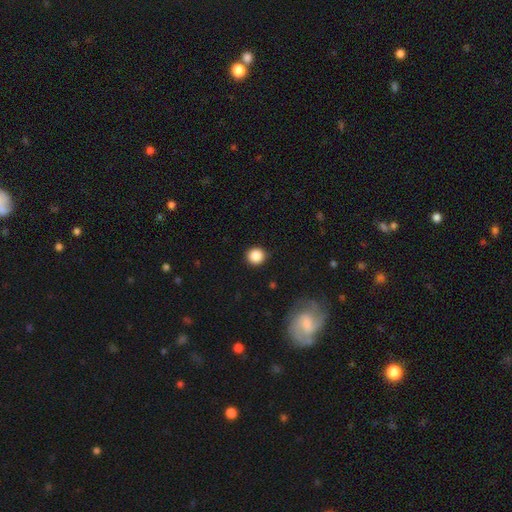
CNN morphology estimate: This appears to be a smooth galaxy with no disk features (86%) that is round (93%). Merging: none (91%).